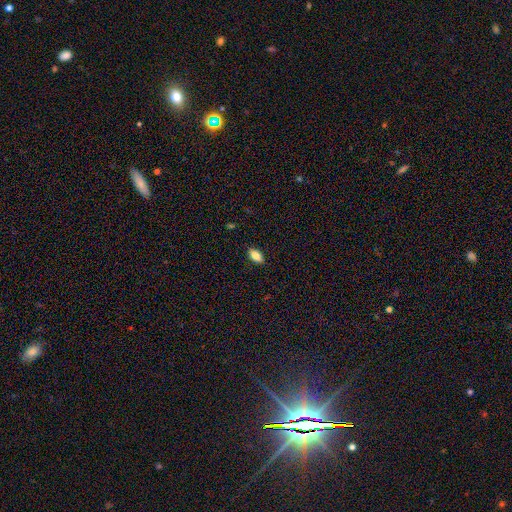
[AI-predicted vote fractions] Smooth or featured? Predicted: smooth (p=0.84). How rounded? Predicted: in between (p=0.90). Merging? Predicted: none (p=0.89).